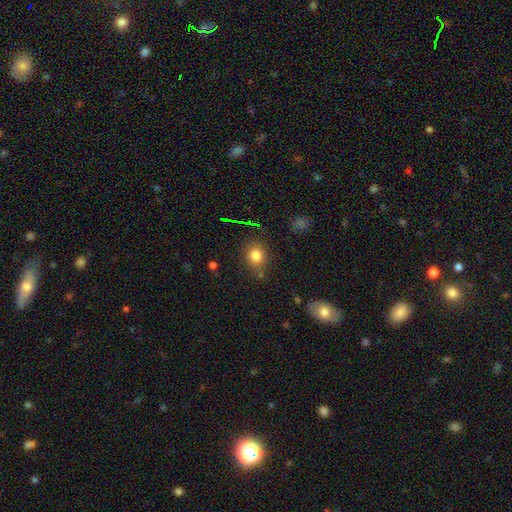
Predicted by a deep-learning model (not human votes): smooth-or-featured: smooth: 79% | star or artifact: 14% | featured or disk: 7%
  how-rounded: round: 72% | in between: 27% | cigar-shaped: 1%
  merging: none: 78% | minor disturbance: 13% | merger: 5% | major disturbance: 4%